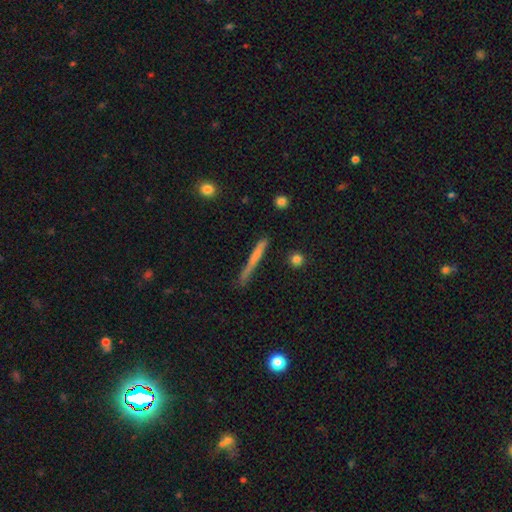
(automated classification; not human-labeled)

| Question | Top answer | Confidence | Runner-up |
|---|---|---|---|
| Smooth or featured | smooth | 62% | featured or disk (31%) |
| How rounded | cigar-shaped | 95% | in between (3%) |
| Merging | none | 73% | minor disturbance (18%) |